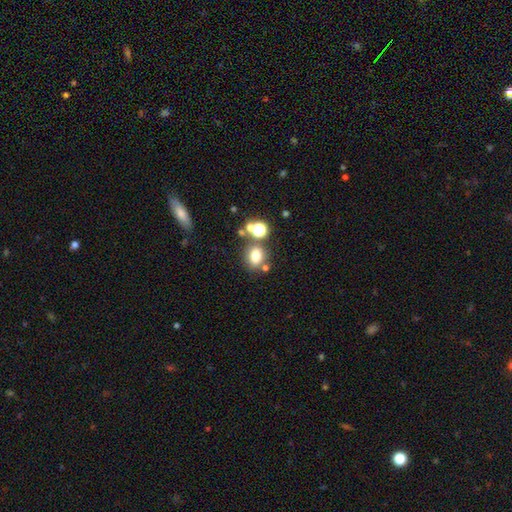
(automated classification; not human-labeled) A smooth galaxy with no disk features (73%) that is round (57%).

Vote fractions:
- Smooth or featured? smooth: 73% / star or artifact: 17% / featured or disk: 10%
- How rounded? round: 57% / in between: 42% / cigar-shaped: 1%
- Merging? none: 66% / merger: 18% / minor disturbance: 11% / major disturbance: 5%